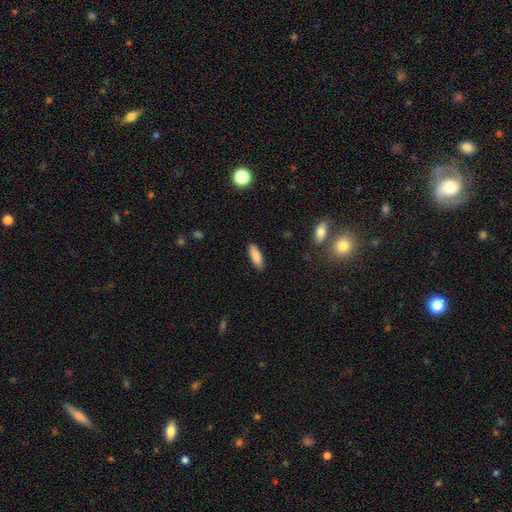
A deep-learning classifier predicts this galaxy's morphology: Overall: smooth (87%). How rounded: in between (64%; cigar-shaped 34%). Merging: none (88%).